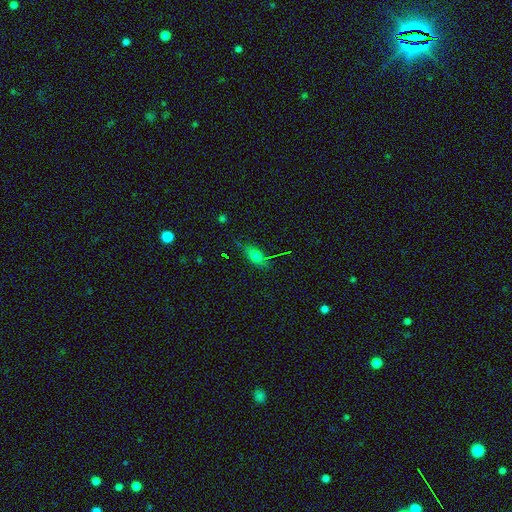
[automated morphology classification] Smooth or featured: smooth — 65% (star or artifact — 18%)
How rounded: in between — 78% (cigar-shaped — 12%)
Merging: none — 74% (minor disturbance — 17%)